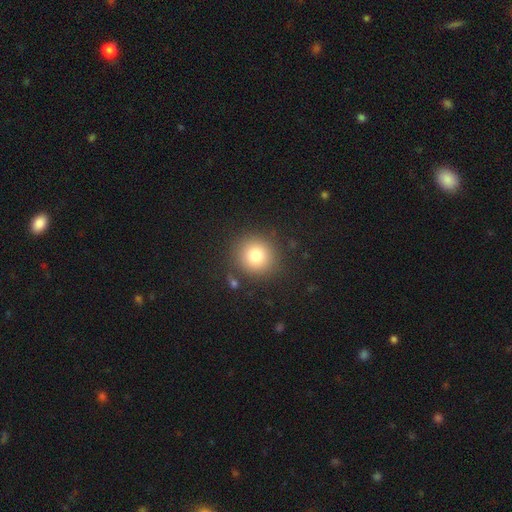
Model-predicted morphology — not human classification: A smooth galaxy with no disk features (80%) that is round (92%).

Vote fractions:
- Smooth or featured? smooth: 80% / star or artifact: 12% / featured or disk: 8%
- How rounded? round: 92% / in between: 7% / cigar-shaped: 1%
- Merging? none: 86% / minor disturbance: 8% / major disturbance: 3% / merger: 3%